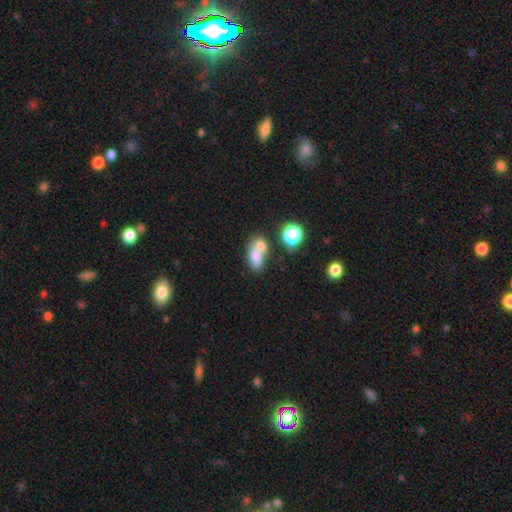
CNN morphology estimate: Smooth or featured?
  - smooth: 72% *
  - featured or disk: 16%
  - star or artifact: 11%
How rounded?
  - in between: 77% *
  - round: 21%
  - cigar-shaped: 3%
Merging?
  - merger: 61% *
  - none: 25%
  - minor disturbance: 8%
  - major disturbance: 5%